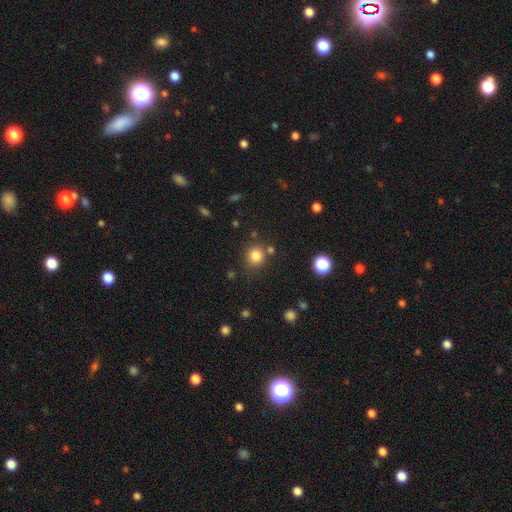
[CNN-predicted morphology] The model was most divided on "smooth or featured": smooth: 81%, star or artifact: 13%, featured or disk: 6%. More confident: how rounded — round (88%); merging — none (78%).